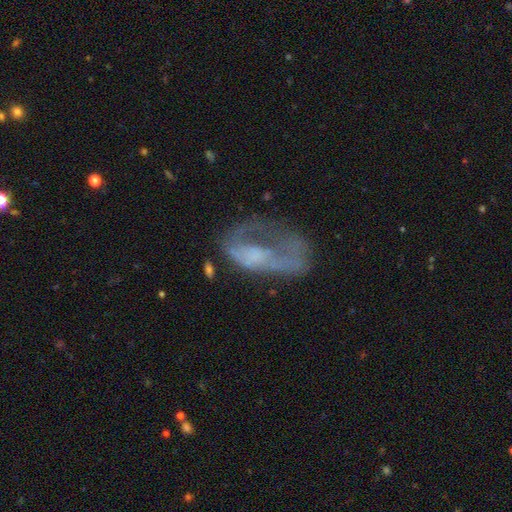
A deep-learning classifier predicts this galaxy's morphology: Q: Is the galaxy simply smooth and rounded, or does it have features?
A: featured or disk — 55%.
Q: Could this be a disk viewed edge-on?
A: no — 95%.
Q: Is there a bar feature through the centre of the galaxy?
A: no — 83%.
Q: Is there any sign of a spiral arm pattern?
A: no — 75%.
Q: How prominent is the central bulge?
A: none — 53%.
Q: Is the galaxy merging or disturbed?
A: major disturbance — 50%.